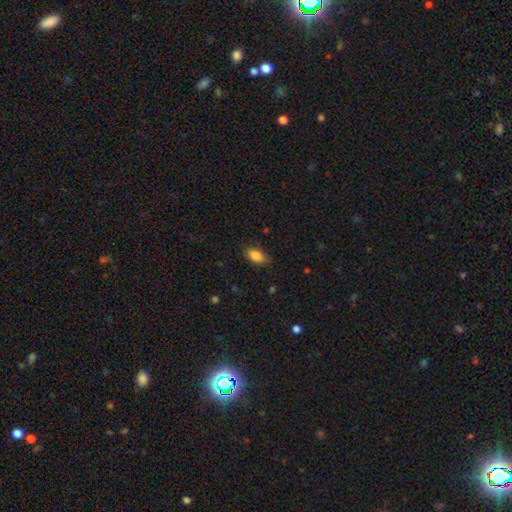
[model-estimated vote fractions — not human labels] Smooth or featured? smooth (86%)
How rounded? in between (90%)
Merging? none (83%)